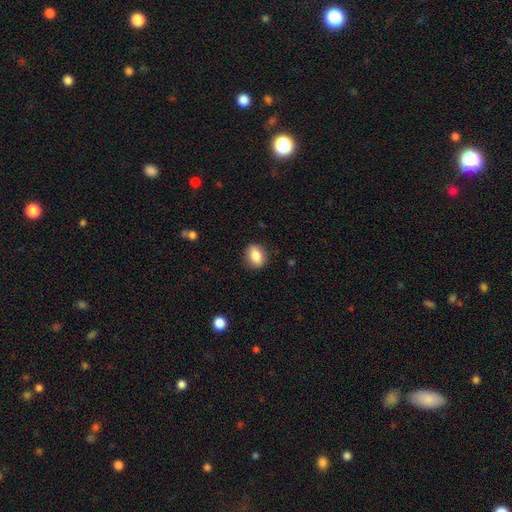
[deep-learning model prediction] Q: Smooth or featured?
A: smooth (84%); runner-up: featured or disk (8%)
Q: How rounded?
A: in between (63%); runner-up: round (36%)
Q: Merging?
A: none (87%); runner-up: minor disturbance (9%)